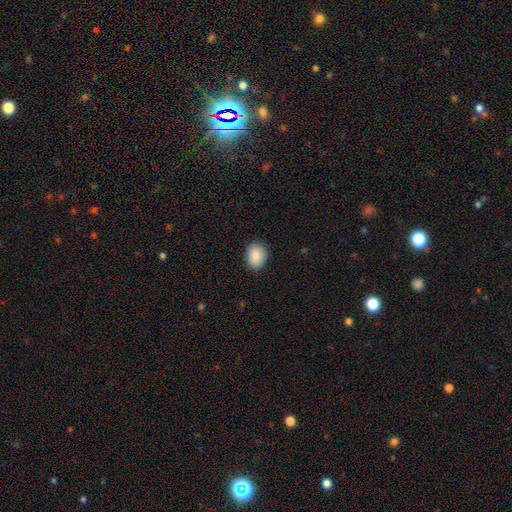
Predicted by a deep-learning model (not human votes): Overall: smooth (87%). How rounded: in between (54%; round 45%). Merging: none (87%).